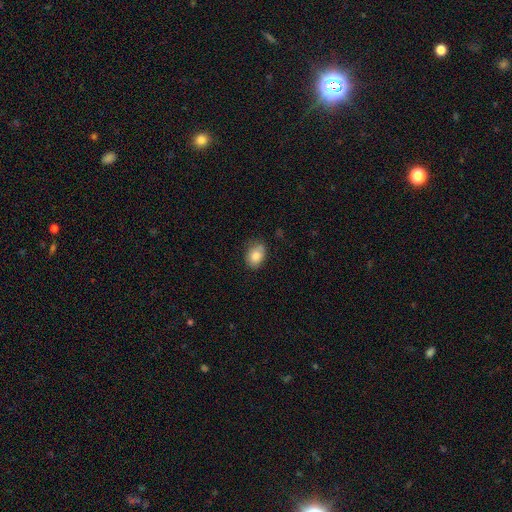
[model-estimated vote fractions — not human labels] A smooth galaxy with no disk features (83%) that is in between round and cigar-shaped (70%). Merging: none (70%).